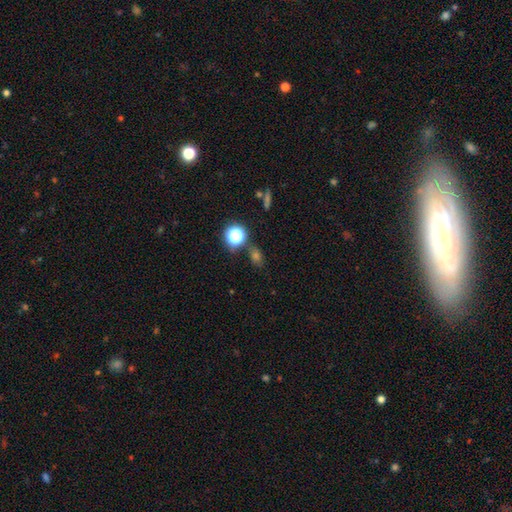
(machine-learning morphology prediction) Smooth or featured? smooth (49%)
Merging? none (75%)